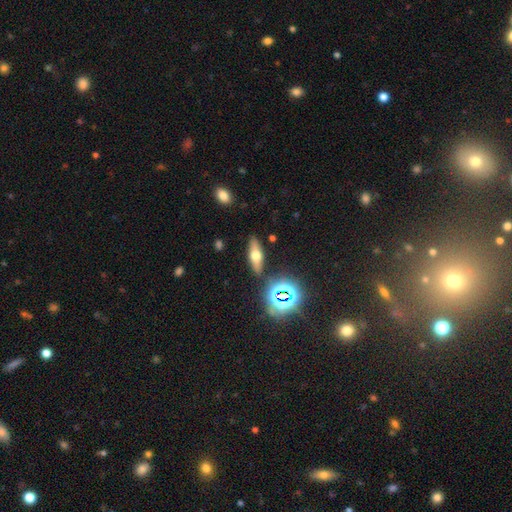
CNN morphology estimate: This appears to be a smooth galaxy with no disk features (43%). Merging: none (85%).